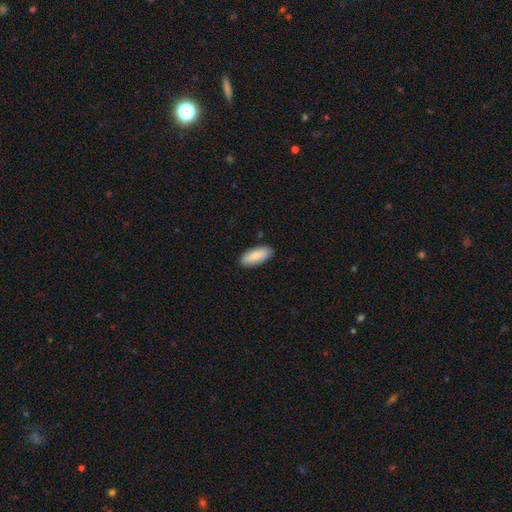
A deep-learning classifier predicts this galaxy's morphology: Overall: smooth (79%). How rounded: in between (81%). Merging: none (88%).